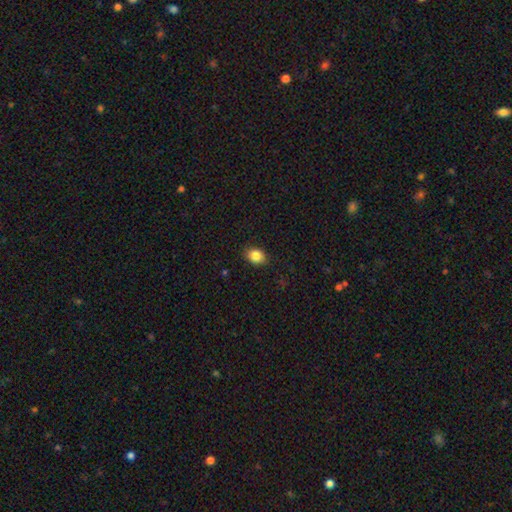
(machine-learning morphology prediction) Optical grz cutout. It shows a smooth galaxy with no disk features (85%) that is in between round and cigar-shaped (57%). Merging: none (88%).